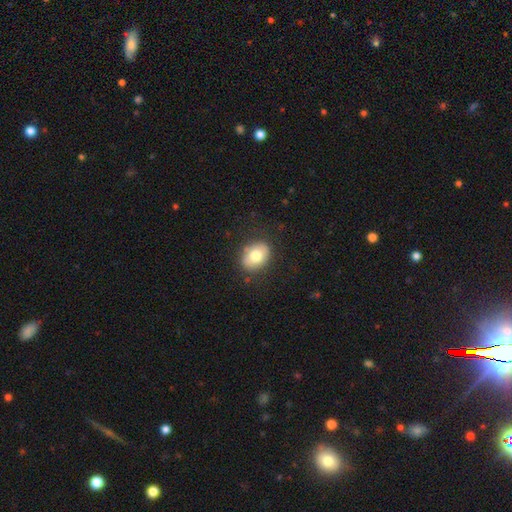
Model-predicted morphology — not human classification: This appears to be a smooth galaxy with no disk features (75%) that is in between round and cigar-shaped (62%). Merging: none (82%).